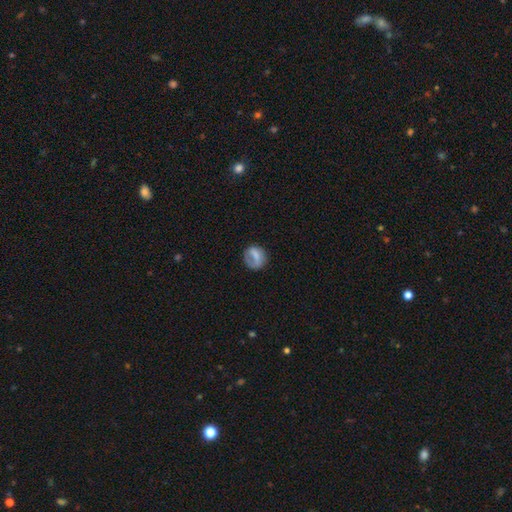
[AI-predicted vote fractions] A smooth galaxy with no disk features (66%) that is round (72%).

Vote fractions:
- Smooth or featured? smooth: 66% / featured or disk: 26% / star or artifact: 9%
- How rounded? round: 72% / in between: 26% / cigar-shaped: 2%
- Merging? none: 61% / minor disturbance: 22% / major disturbance: 15% / merger: 2%